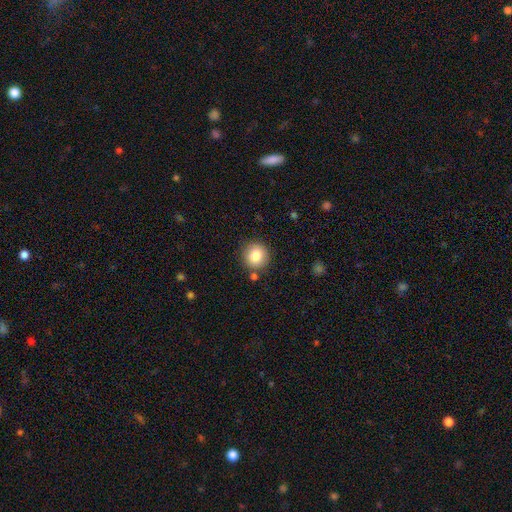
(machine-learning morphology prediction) Overall: smooth (82%). How rounded: round (92%). Merging: none (84%).